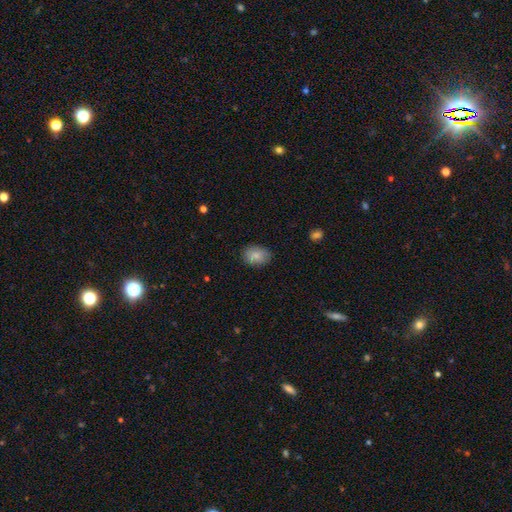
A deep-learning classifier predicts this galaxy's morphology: Smooth or featured? smooth (84%)
How rounded? in between (66%)
Merging? none (83%)